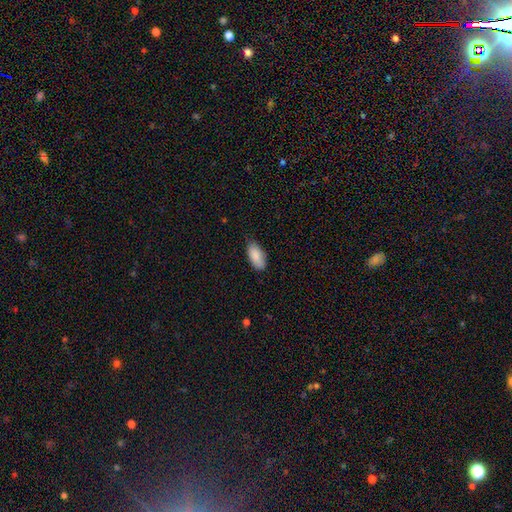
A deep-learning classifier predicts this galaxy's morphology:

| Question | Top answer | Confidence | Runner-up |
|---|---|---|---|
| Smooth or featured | smooth | 88% | star or artifact (6%) |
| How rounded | in between | 91% | cigar-shaped (7%) |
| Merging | none | 75% | minor disturbance (21%) |